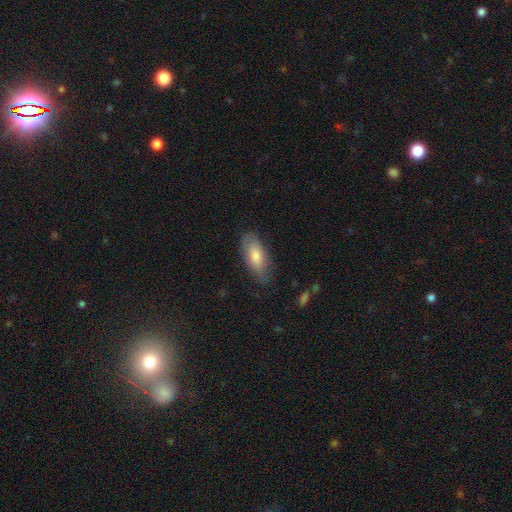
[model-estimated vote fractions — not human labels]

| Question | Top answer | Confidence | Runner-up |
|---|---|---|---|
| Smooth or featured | smooth | 73% | featured or disk (21%) |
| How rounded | in between | 81% | cigar-shaped (16%) |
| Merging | none | 78% | minor disturbance (18%) |